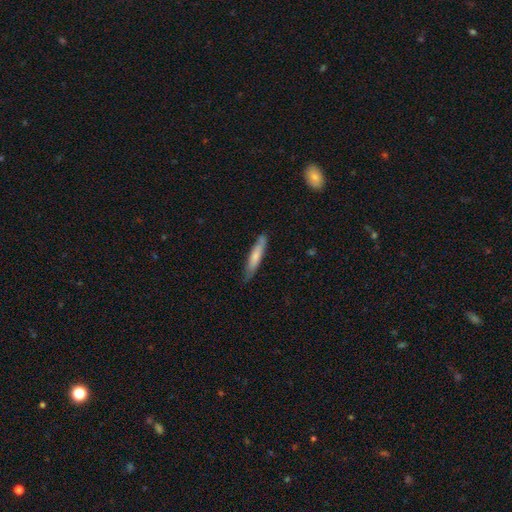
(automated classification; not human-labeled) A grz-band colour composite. It shows a smooth galaxy with no disk features (67%) that is cigar-shaped (85%). Merging: none (76%).